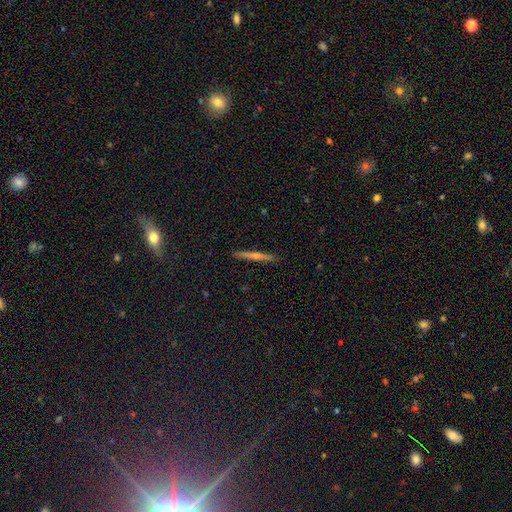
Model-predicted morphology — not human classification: This appears to be a featured or disk galaxy (62%) viewed edge-on (98%) with a rounded central bulge (67%). Merging: none (91%).